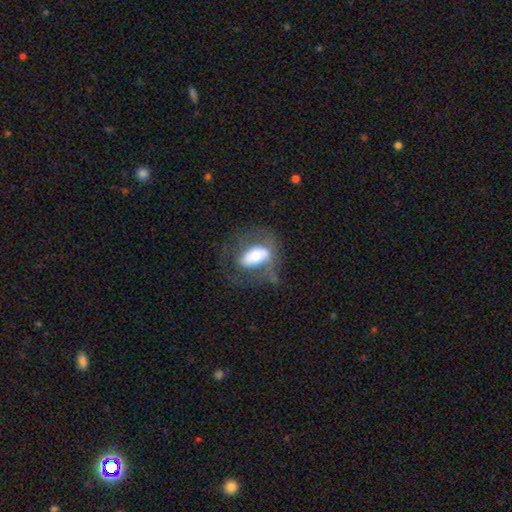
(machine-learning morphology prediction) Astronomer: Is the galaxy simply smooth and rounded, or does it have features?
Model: featured or disk — 47% (runner-up: smooth, 45%).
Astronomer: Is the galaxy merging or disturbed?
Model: none — 49% (runner-up: major disturbance, 25%).